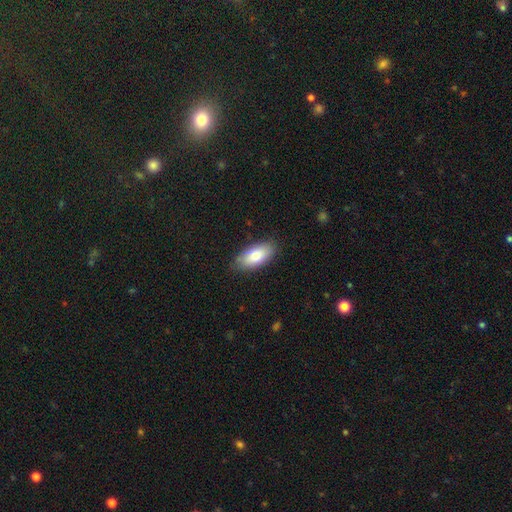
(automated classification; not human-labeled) Overall: smooth (77%). How rounded: in between (90%). Merging: none (84%).